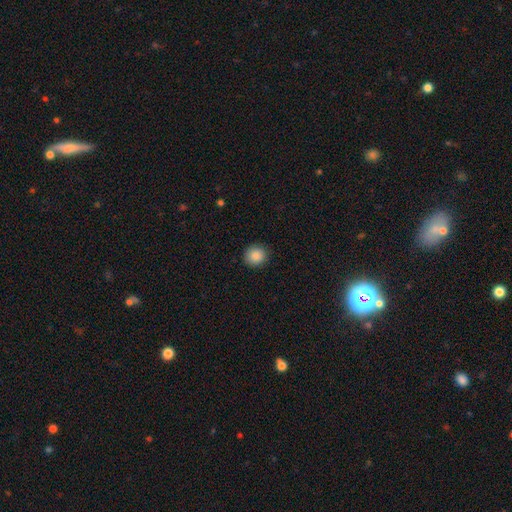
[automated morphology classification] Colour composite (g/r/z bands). It shows a smooth galaxy with no disk features (88%) that is round (89%). Merging: none (90%).